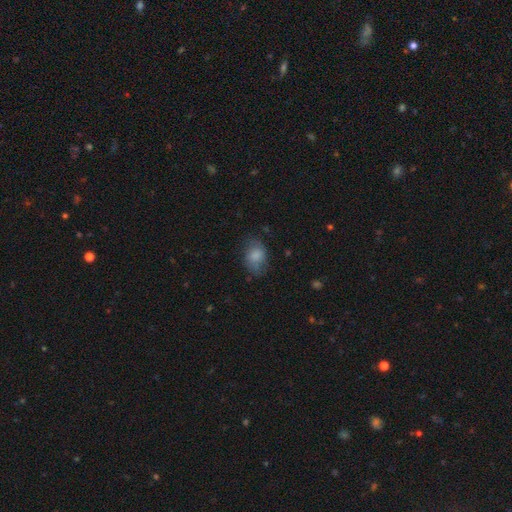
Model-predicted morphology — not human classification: smooth-or-featured: smooth: 80% | featured or disk: 12% | star or artifact: 8%
  how-rounded: in between: 76% | round: 23% | cigar-shaped: 1%
  merging: none: 64% | minor disturbance: 25% | major disturbance: 10% | merger: 1%